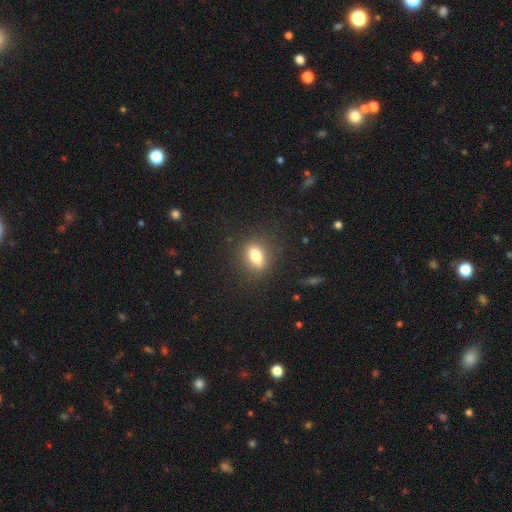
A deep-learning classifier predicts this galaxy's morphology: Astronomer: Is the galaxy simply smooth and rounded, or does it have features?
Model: smooth — 74%.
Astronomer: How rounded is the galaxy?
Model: in between — 69%.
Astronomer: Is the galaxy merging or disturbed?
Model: none — 83%.